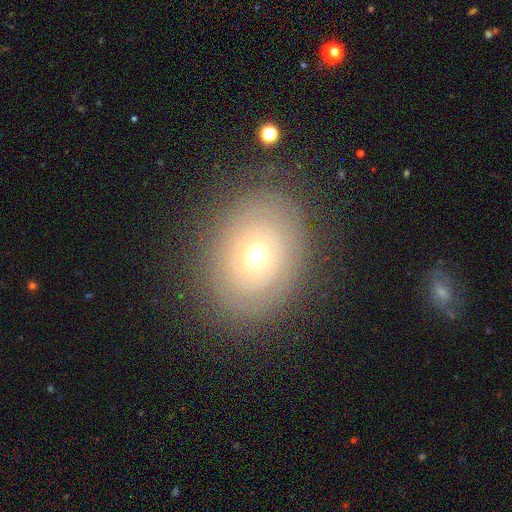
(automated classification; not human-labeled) Q: Smooth or featured?
A: featured or disk (47%); runner-up: smooth (43%)
Q: Merging?
A: none (82%); runner-up: minor disturbance (11%)